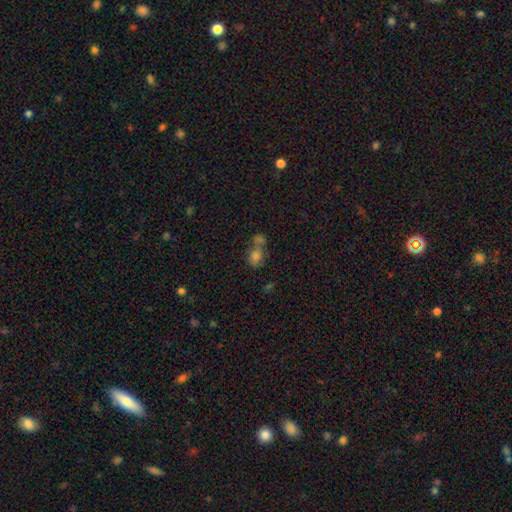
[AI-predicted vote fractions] This is likely a smooth galaxy (70%). How rounded: possibly in between (58%). Merging: possibly merger (53%).